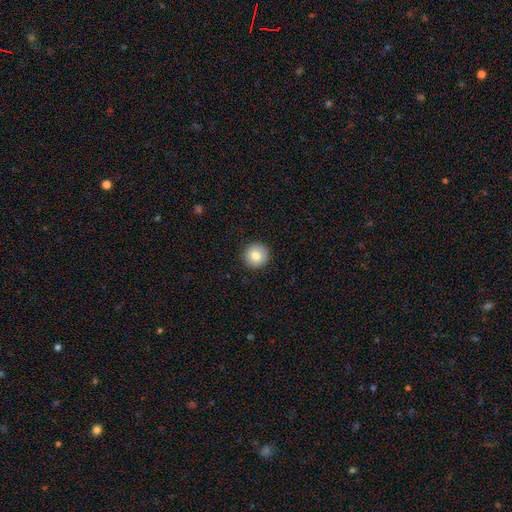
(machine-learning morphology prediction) smooth_or_featured: smooth (p=0.82) [alt: featured or disk p=0.10]
how_rounded: round (p=0.96) [alt: in between p=0.03]
merging: none (p=0.92) [alt: minor disturbance p=0.05]